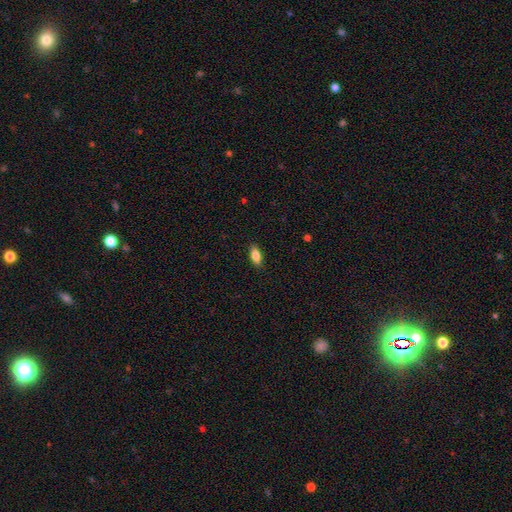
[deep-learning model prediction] Morphology: type=smooth (83%); roundness=in between (84%); merging=none (88%).